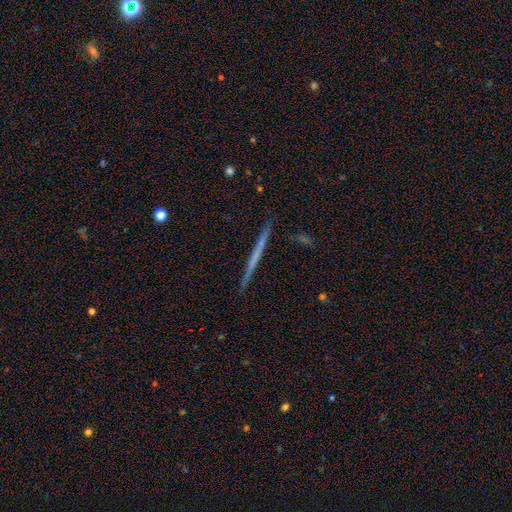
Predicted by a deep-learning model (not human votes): This appears to be a featured or disk galaxy (58%) viewed edge-on (98%) with no central bulge (90%). Merging: none (91%).